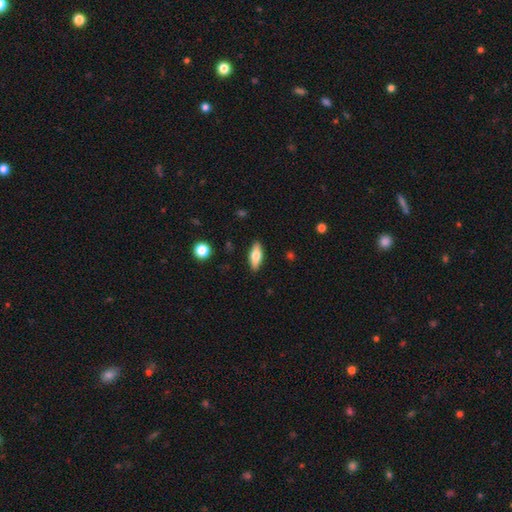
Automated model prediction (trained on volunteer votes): A smooth galaxy with no disk features (67%) that is in between round and cigar-shaped (70%).

Vote fractions:
- Smooth or featured? smooth: 67% / featured or disk: 26% / star or artifact: 7%
- How rounded? in between: 70% / cigar-shaped: 27% / round: 3%
- Merging? none: 88% / minor disturbance: 9% / major disturbance: 2% / merger: 1%